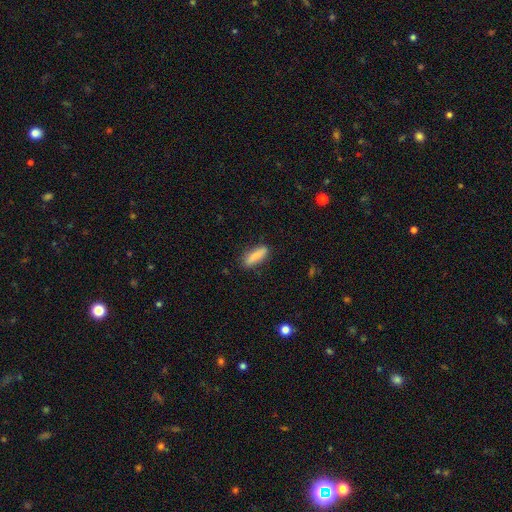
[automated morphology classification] Q: Smooth or featured?
A: smooth (84%); runner-up: featured or disk (10%)
Q: How rounded?
A: cigar-shaped (54%); runner-up: in between (44%)
Q: Merging?
A: none (84%); runner-up: minor disturbance (12%)